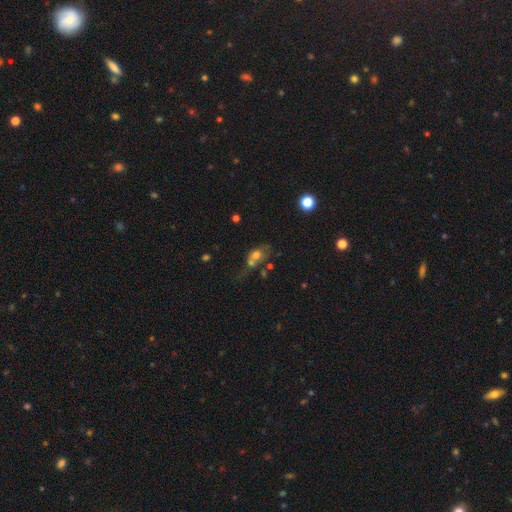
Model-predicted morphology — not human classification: Smooth or featured? Predicted: smooth (p=0.59). How rounded? Predicted: in between (p=0.55). Merging? Predicted: merger (p=0.46).